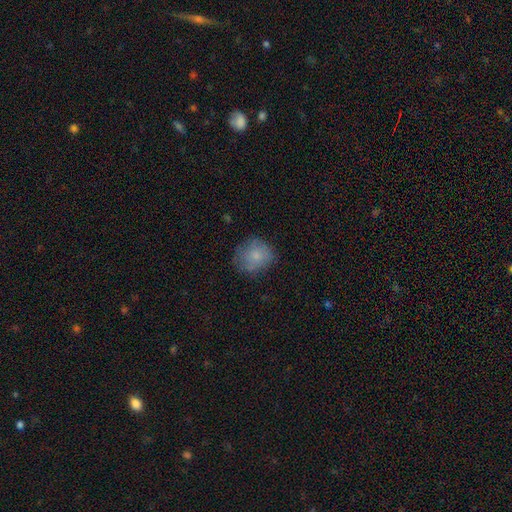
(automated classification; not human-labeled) Q: Smooth or featured?
A: smooth (78%); runner-up: featured or disk (13%)
Q: How rounded?
A: round (82%); runner-up: in between (17%)
Q: Merging?
A: none (71%); runner-up: minor disturbance (21%)